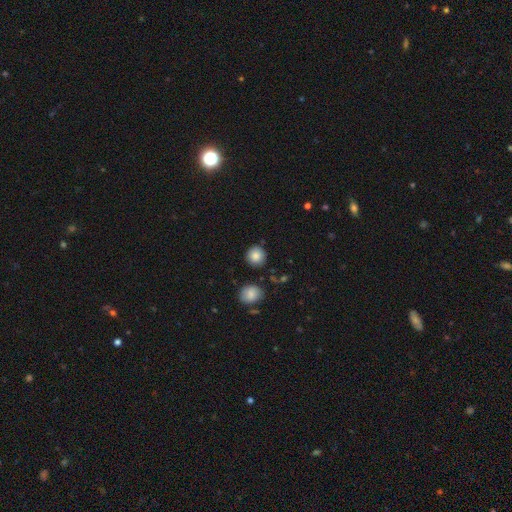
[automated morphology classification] Smooth or featured: smooth — 86% (star or artifact — 9%)
How rounded: round — 92% (in between — 7%)
Merging: none — 86% (minor disturbance — 9%)